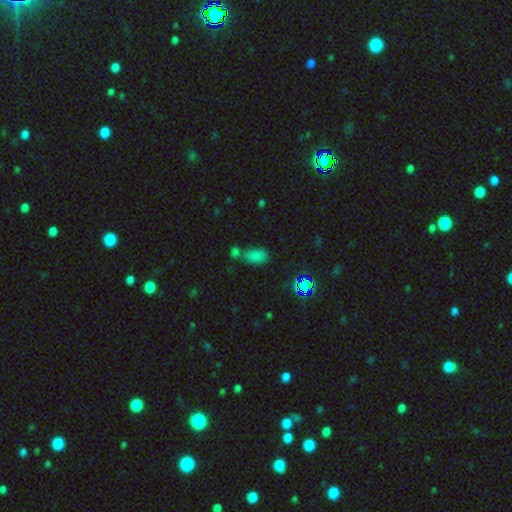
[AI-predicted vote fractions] This appears to be a smooth galaxy with no disk features (71%) that is in between round and cigar-shaped (89%). Merging: none (48%).